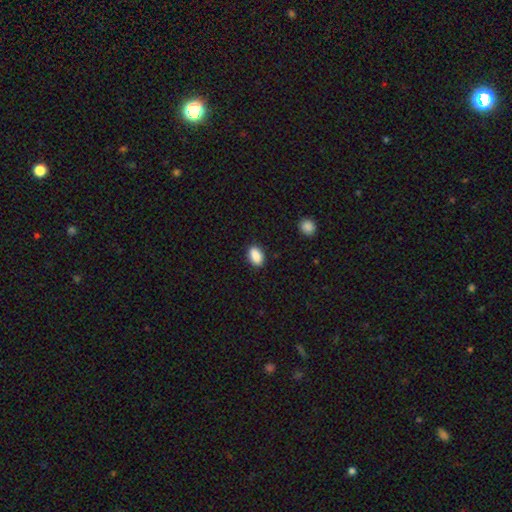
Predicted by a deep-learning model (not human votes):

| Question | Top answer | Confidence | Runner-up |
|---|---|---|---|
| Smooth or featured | smooth | 89% | star or artifact (8%) |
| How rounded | in between | 88% | round (10%) |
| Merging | none | 88% | minor disturbance (9%) |